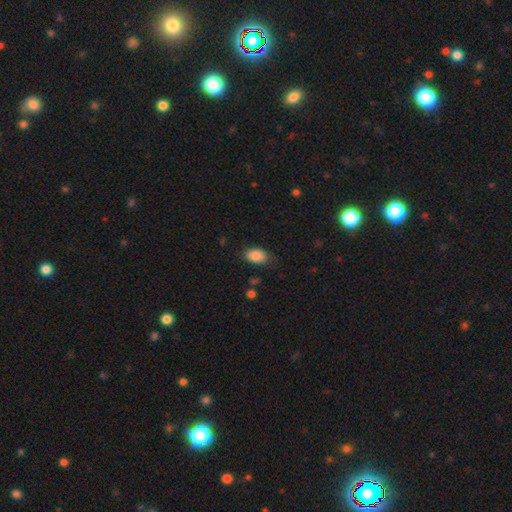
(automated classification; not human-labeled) Q: Smooth or featured?
A: smooth (86%); runner-up: star or artifact (7%)
Q: How rounded?
A: in between (89%); runner-up: round (9%)
Q: Merging?
A: none (80%); runner-up: minor disturbance (15%)